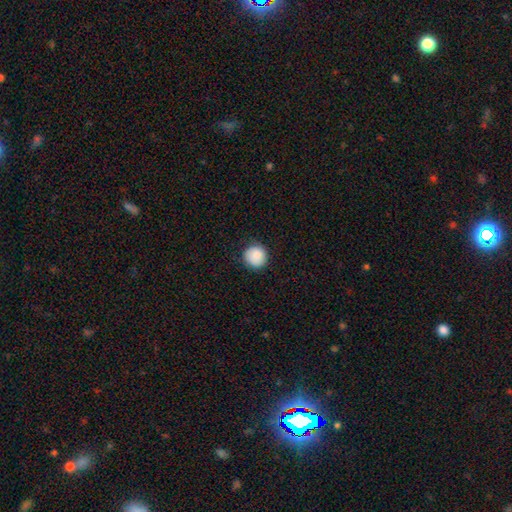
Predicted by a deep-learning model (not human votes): Overall: smooth (86%). How rounded: round (92%). Merging: none (85%).